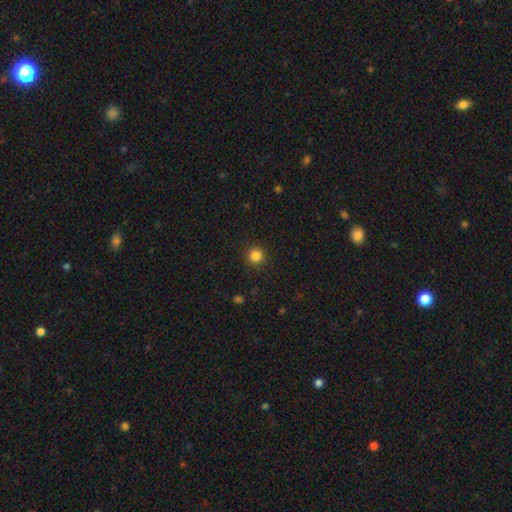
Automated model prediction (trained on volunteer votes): smooth-or-featured: smooth: 84% | star or artifact: 12% | featured or disk: 4%
  how-rounded: round: 95% | in between: 4% | cigar-shaped: 1%
  merging: none: 91% | minor disturbance: 5% | major disturbance: 2% | merger: 1%